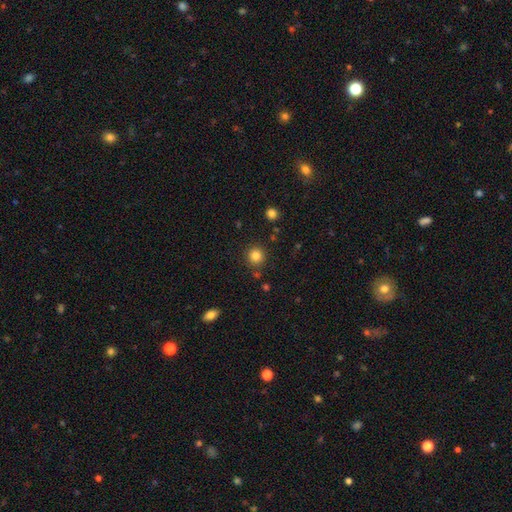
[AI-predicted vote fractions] Overall: smooth (83%). How rounded: round (93%). Merging: none (86%).